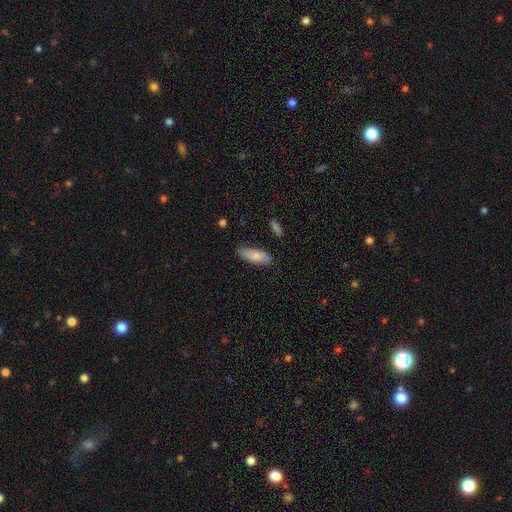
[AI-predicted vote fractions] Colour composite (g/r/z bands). It shows a smooth galaxy with no disk features (83%) that is in between round and cigar-shaped (73%). Merging: none (80%).